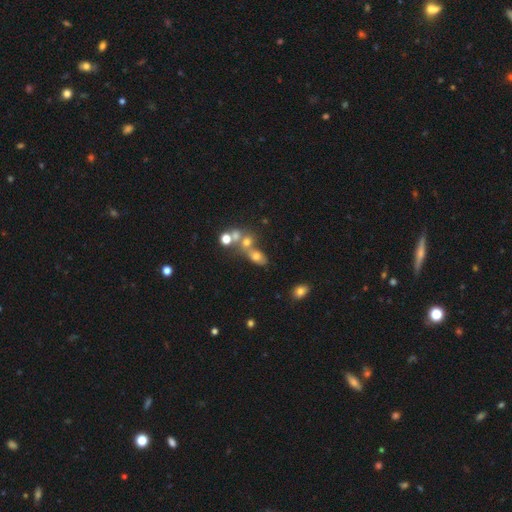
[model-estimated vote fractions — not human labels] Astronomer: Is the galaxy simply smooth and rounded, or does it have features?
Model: smooth — 53%.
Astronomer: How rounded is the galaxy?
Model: in between — 53% (runner-up: round, 42%).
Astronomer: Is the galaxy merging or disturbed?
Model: merger — 49% (runner-up: none, 32%).